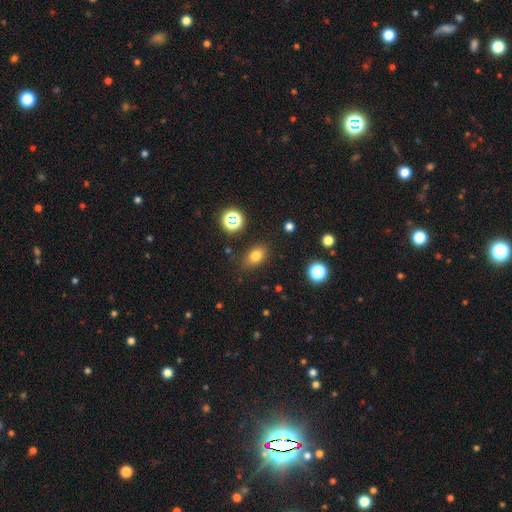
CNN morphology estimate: Q: Smooth or featured?
A: smooth (76%); runner-up: star or artifact (15%)
Q: How rounded?
A: in between (74%); runner-up: round (24%)
Q: Merging?
A: none (82%); runner-up: minor disturbance (12%)